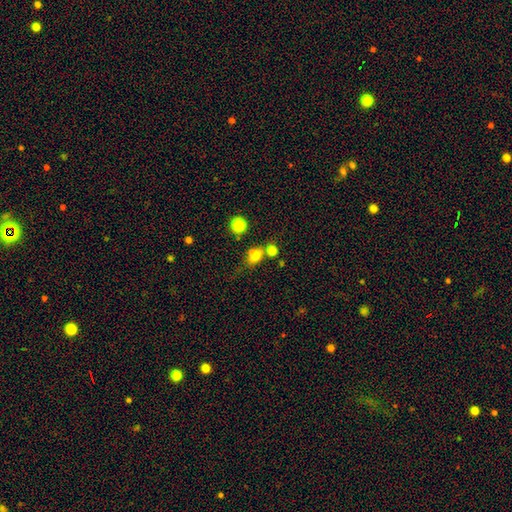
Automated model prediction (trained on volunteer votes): Smooth or featured?
  - smooth: 66% *
  - star or artifact: 20%
  - featured or disk: 14%
How rounded?
  - round: 48% * (tied)
  - in between: 48% * (tied)
  - cigar-shaped: 4%
Merging?
  - none: 42% *
  - merger: 36%
  - minor disturbance: 13%
  - major disturbance: 9%